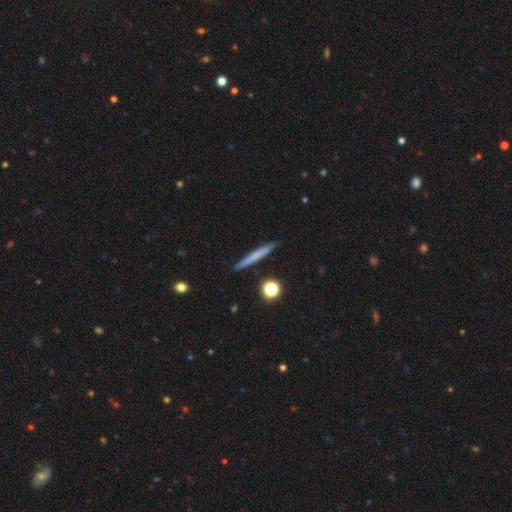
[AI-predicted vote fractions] smooth 60%, featured or disk 33%, star or artifact 7%. Down the decision tree: how rounded — cigar-shaped (96%); merging — none (91%).